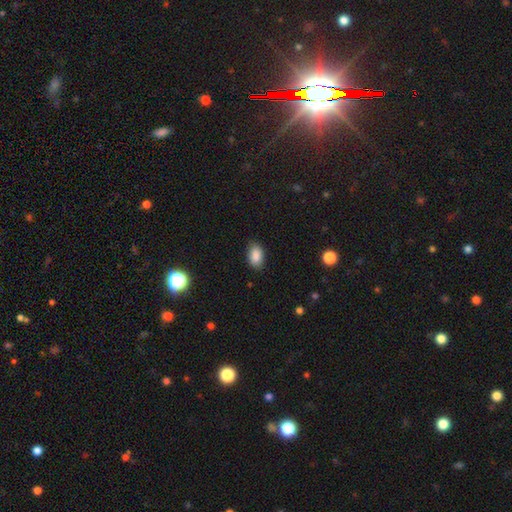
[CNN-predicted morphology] Smooth or featured? Predicted: smooth (p=0.88). How rounded? Predicted: in between (p=0.90). Merging? Predicted: none (p=0.84).